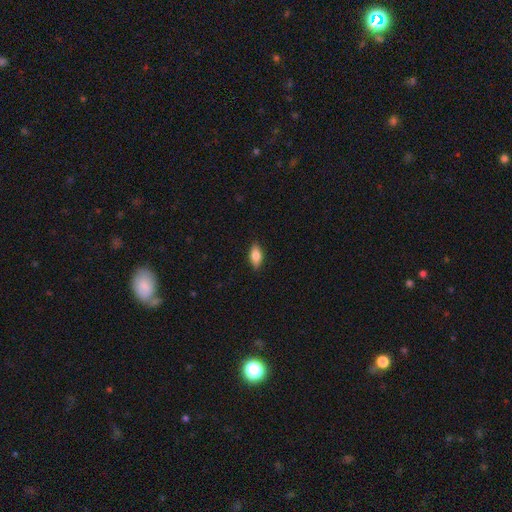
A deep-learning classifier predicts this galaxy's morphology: type=smooth (73%); roundness=in between (82%); merging=none (87%).